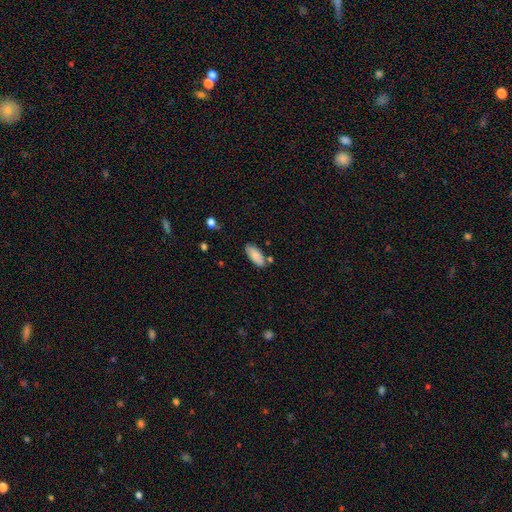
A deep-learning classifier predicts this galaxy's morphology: A smooth galaxy with no disk features (86%) that is in between round and cigar-shaped (85%).

Vote fractions:
- Smooth or featured? smooth: 86% / featured or disk: 8% / star or artifact: 7%
- How rounded? in between: 85% / cigar-shaped: 13% / round: 2%
- Merging? none: 77% / minor disturbance: 14% / merger: 6% / major disturbance: 3%